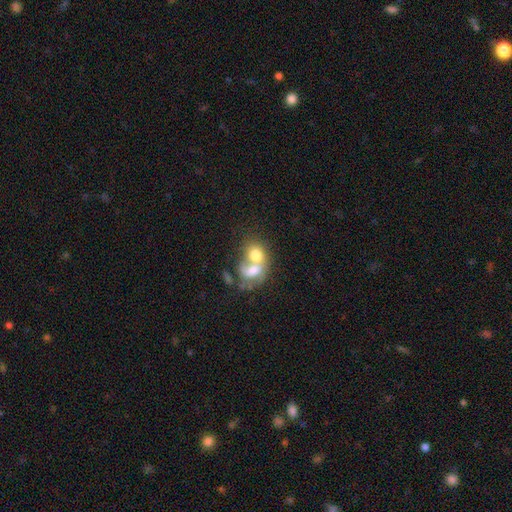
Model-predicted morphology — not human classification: Overall: smooth (61%; featured or disk 31%). How rounded: in between (50%; round 49%). Merging: merger (77%).